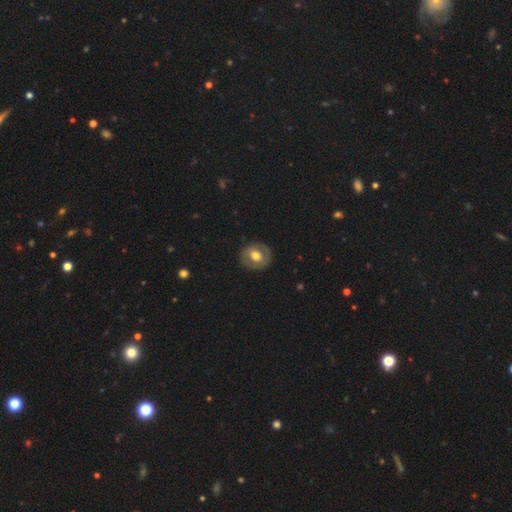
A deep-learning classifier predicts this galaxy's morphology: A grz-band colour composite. It shows a smooth galaxy with no disk features (53%) that is round (78%). Merging: none (85%).